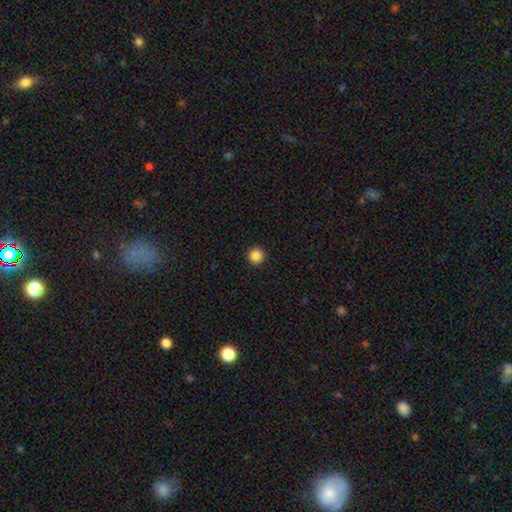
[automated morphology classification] Overall: smooth (86%). How rounded: round (97%). Merging: none (94%).